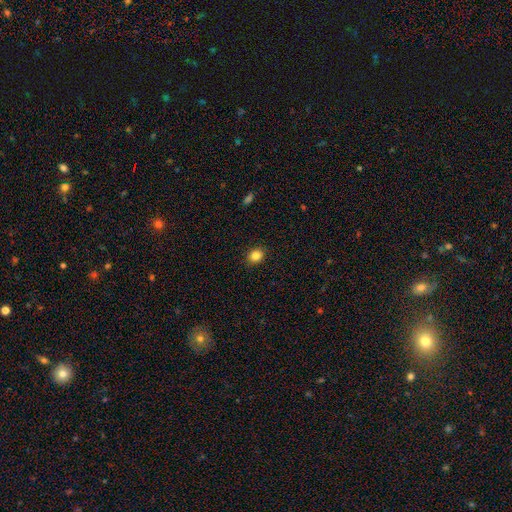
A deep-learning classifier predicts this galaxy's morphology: smooth_or_featured: smooth (p=0.85) [alt: star or artifact p=0.11]
how_rounded: round (p=0.62) [alt: in between p=0.37]
merging: none (p=0.90) [alt: minor disturbance p=0.07]